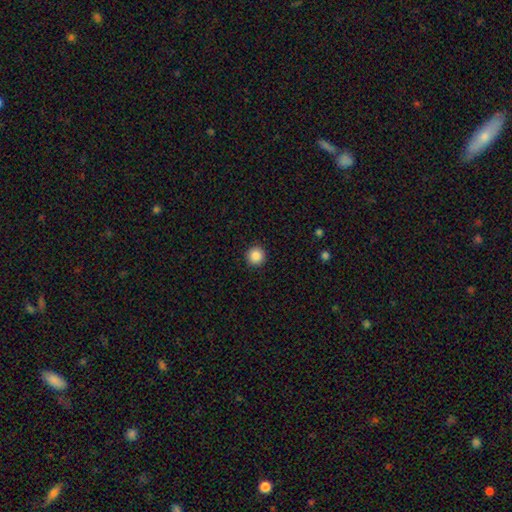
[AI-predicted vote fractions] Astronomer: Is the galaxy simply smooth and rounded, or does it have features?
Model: smooth — 88%.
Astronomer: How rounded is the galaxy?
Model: round — 96%.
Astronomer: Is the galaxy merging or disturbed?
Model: none — 93%.